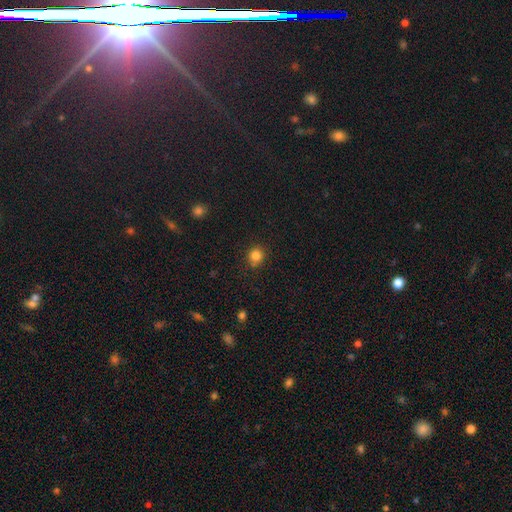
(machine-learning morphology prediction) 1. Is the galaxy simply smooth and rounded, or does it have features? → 83% smooth, 12% star or artifact, 5% featured or disk.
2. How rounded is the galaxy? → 87% round, 12% in between, 1% cigar-shaped.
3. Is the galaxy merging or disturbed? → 83% none, 12% minor disturbance, 3% major disturbance, 2% merger.